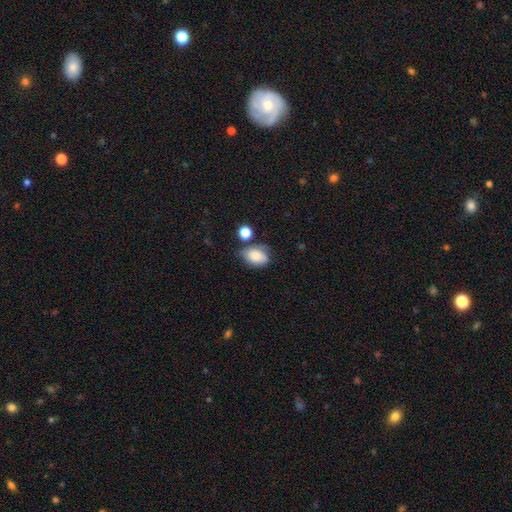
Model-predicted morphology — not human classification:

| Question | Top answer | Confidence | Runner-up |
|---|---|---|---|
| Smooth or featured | smooth | 78% | featured or disk (13%) |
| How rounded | in between | 77% | round (21%) |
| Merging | none | 47% | minor disturbance (31%) |